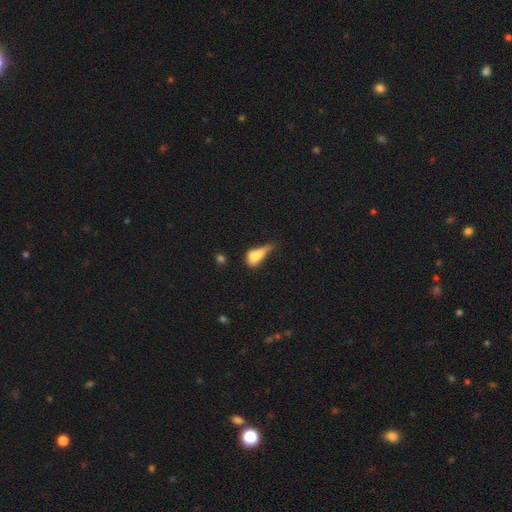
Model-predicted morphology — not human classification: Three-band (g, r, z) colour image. It shows a smooth galaxy with no disk features (71%) that is in between round and cigar-shaped (73%). Merging: major disturbance (37%).